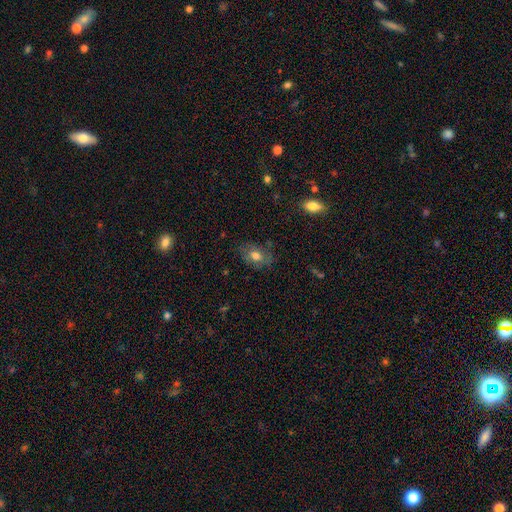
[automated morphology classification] Smooth or featured? Predicted: smooth (p=0.65). How rounded? Predicted: in between (p=0.79). Merging? Predicted: none (p=0.72).